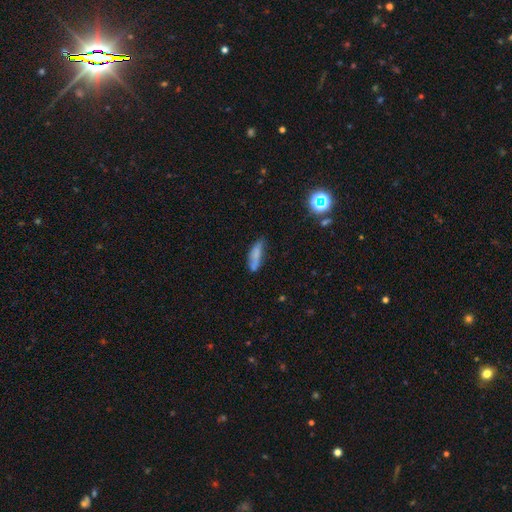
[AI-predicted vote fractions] smooth 73%, featured or disk 17%, star or artifact 9%. Down the decision tree: how rounded — cigar-shaped (63%); merging — none (56%).